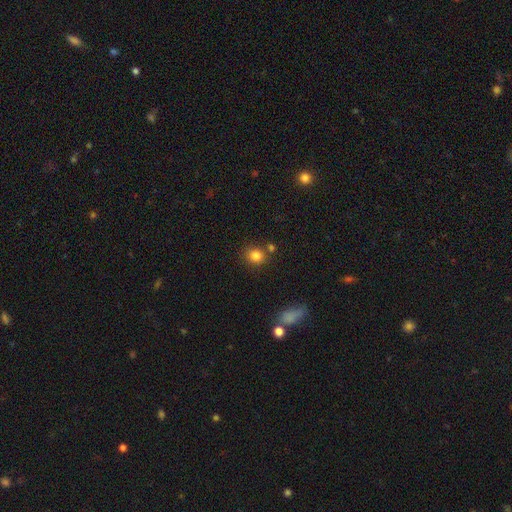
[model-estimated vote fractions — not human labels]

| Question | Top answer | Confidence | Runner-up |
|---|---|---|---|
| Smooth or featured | smooth | 83% | star or artifact (12%) |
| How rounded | round | 80% | in between (19%) |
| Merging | none | 74% | minor disturbance (11%) |